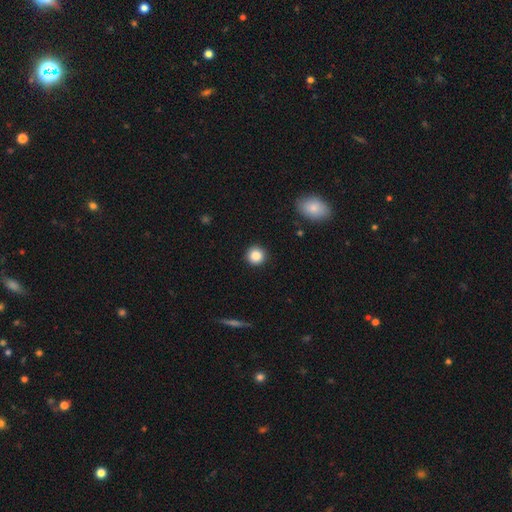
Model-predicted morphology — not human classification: Overall: smooth (86%). How rounded: round (94%). Merging: none (92%).